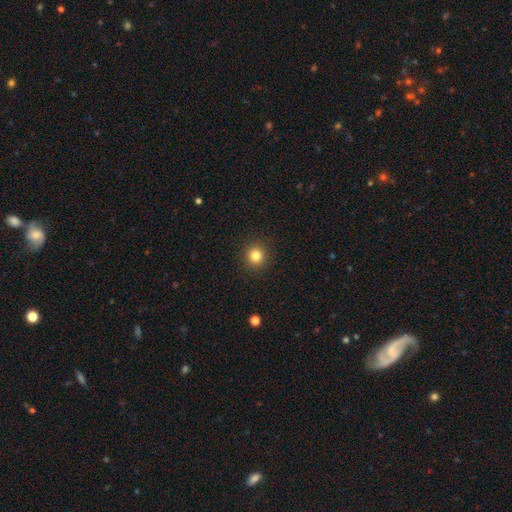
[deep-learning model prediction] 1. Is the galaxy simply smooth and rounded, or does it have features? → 83% smooth, 12% star or artifact, 5% featured or disk.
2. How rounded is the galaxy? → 93% round, 6% in between, 1% cigar-shaped.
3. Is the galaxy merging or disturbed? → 92% none, 5% minor disturbance, 2% major disturbance, 1% merger.